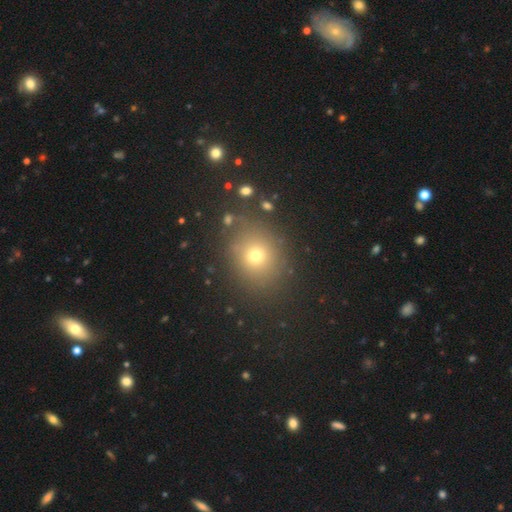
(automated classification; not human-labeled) The model was most divided on "how rounded": round: 68%, in between: 31%, cigar-shaped: 1%. More confident: merging — none (84%); smooth or featured — smooth (70%).